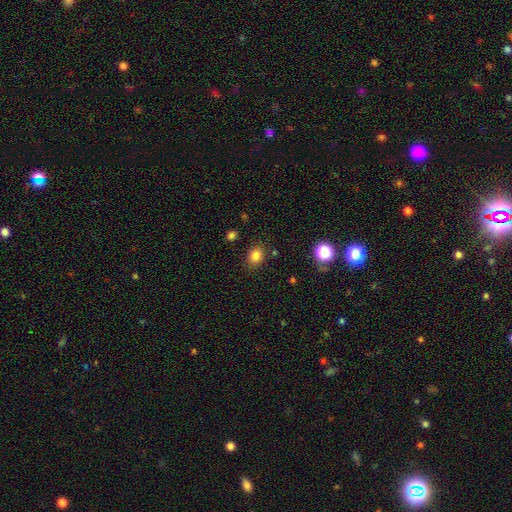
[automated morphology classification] This appears to be a smooth galaxy with no disk features (83%) that is round (57%). Merging: none (83%).